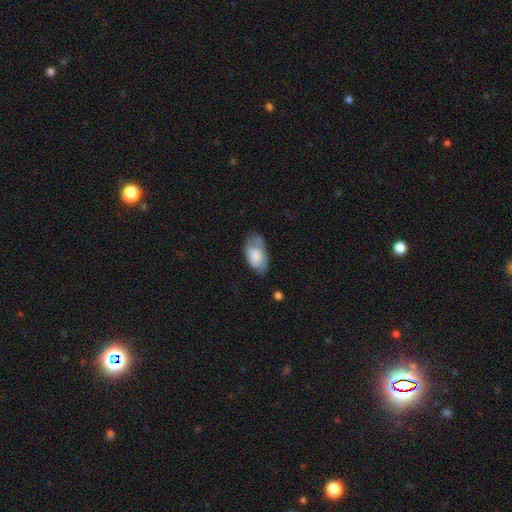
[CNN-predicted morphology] The model was most divided on "merging": none: 46%, minor disturbance: 34%, major disturbance: 15%, merger: 4%. More confident: how rounded — in between (94%); smooth or featured — smooth (69%).